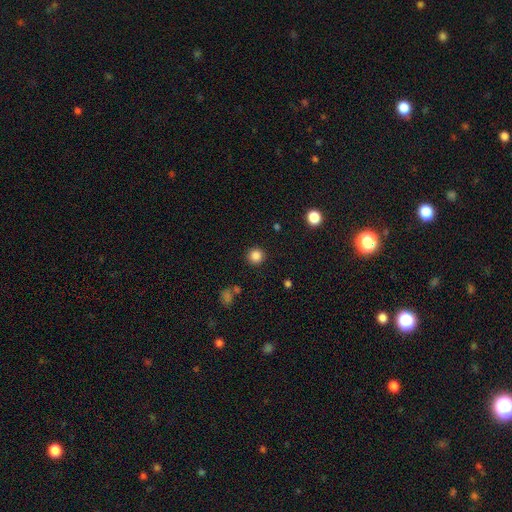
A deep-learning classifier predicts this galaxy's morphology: Q: Smooth or featured?
A: smooth (85%); runner-up: star or artifact (11%)
Q: How rounded?
A: round (95%); runner-up: in between (4%)
Q: Merging?
A: none (90%); runner-up: minor disturbance (6%)